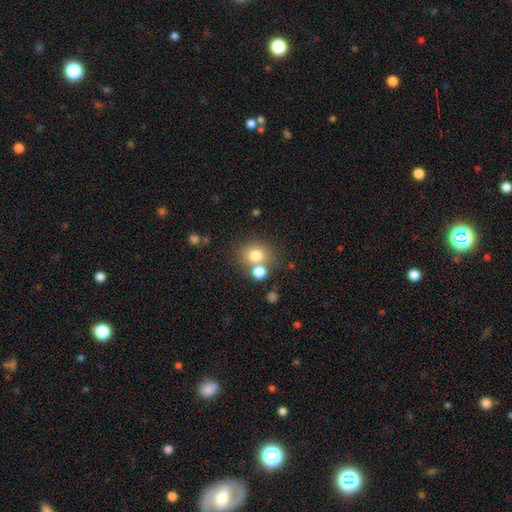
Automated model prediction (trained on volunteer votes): The model was most divided on "merging": none: 61%, merger: 25%, minor disturbance: 10%, major disturbance: 4%. More confident: smooth or featured — smooth (75%); how rounded — round (74%).